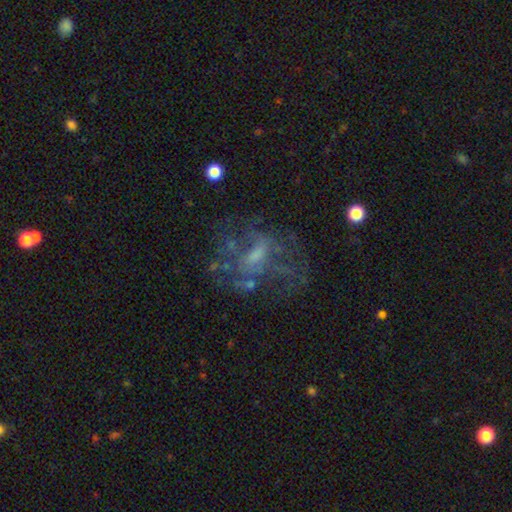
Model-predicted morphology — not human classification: featured or disk 49%, star or artifact 32%, smooth 19%. Down the decision tree: merging — none (59%).